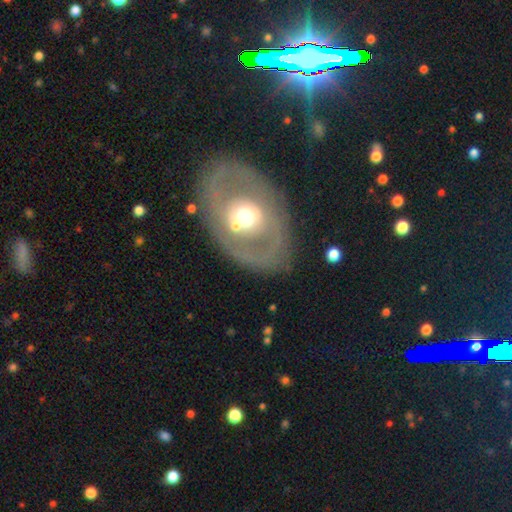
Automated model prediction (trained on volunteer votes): This is likely a featured or disk galaxy (68%). It is clearly not viewed edge-on (92%). Bar: possibly no (55%). Spiral arm pattern: possibly no (57%). Central bulge: likely moderate (68%). Merging: clearly none (81%).